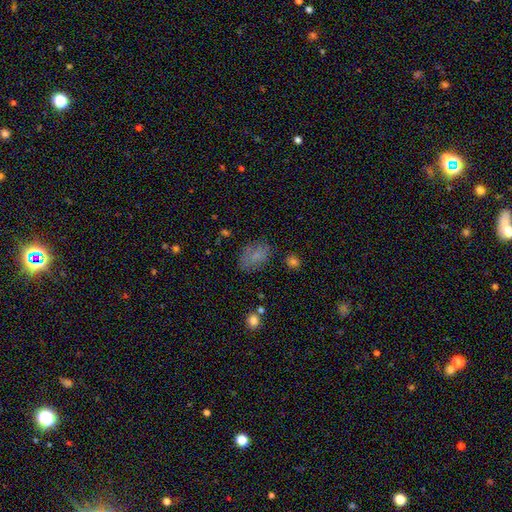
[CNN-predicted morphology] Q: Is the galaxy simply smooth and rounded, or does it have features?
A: smooth — 69%.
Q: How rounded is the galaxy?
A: in between — 85%.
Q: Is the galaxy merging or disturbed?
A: none — 69%.